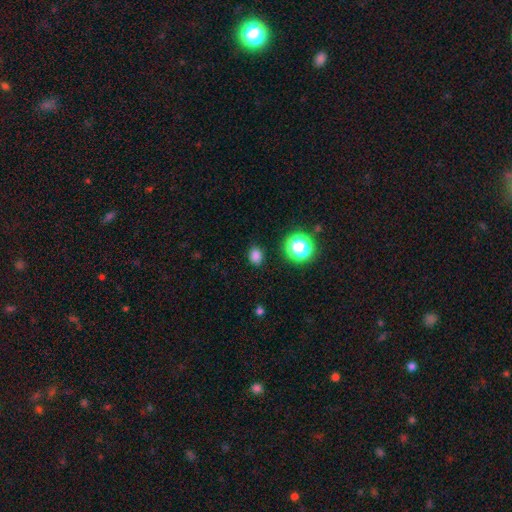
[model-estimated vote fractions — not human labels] Overall: smooth (79%). How rounded: round (54%; in between 45%). Merging: none (85%).